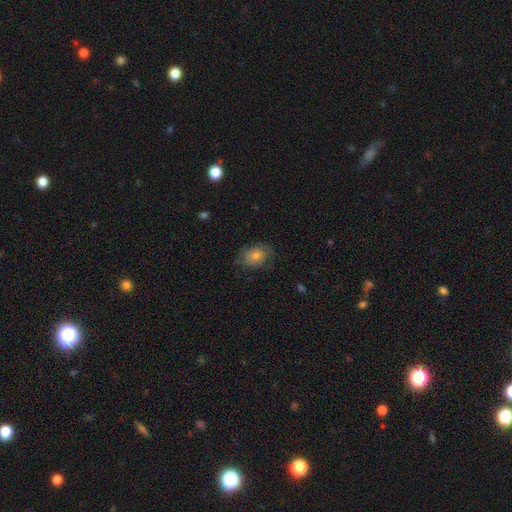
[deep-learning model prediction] The model was most divided on "how rounded": in between: 57%, round: 42%, cigar-shaped: 1%. More confident: merging — none (72%); smooth or featured — smooth (58%).